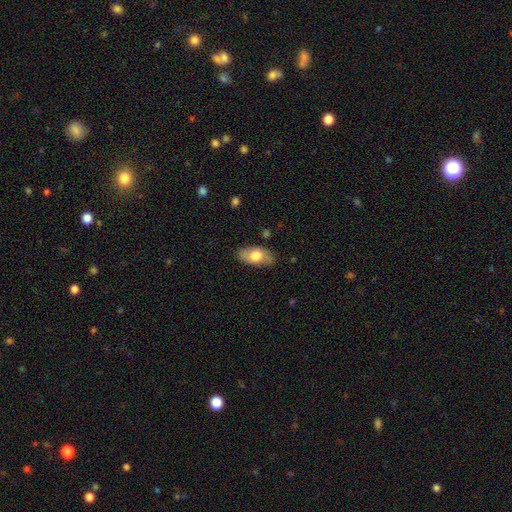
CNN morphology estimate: smooth_or_featured: smooth (p=0.70) [alt: featured or disk p=0.25]
how_rounded: in between (p=0.92) [alt: round p=0.04]
merging: none (p=0.80) [alt: minor disturbance p=0.15]